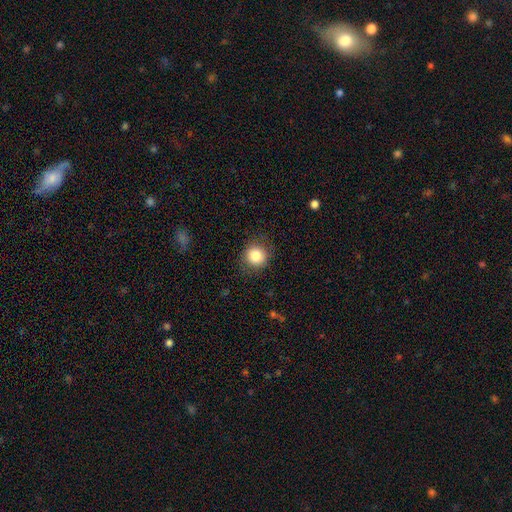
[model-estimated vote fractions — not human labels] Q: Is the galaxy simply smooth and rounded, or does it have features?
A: smooth — 83%.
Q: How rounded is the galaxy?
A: round — 89%.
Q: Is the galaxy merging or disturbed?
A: none — 85%.